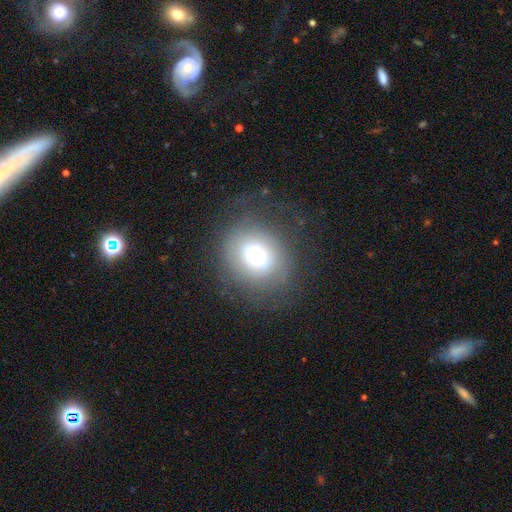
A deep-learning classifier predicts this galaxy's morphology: This is possibly a smooth galaxy (56%). How rounded: likely round (76%). Merging: likely none (68%).